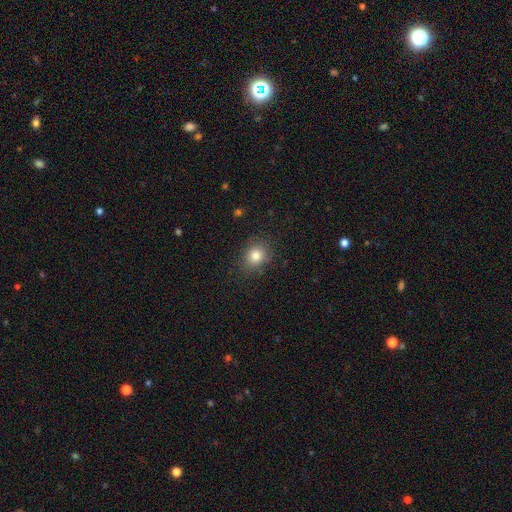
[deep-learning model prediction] Q: Smooth or featured?
A: smooth (81%); runner-up: star or artifact (12%)
Q: How rounded?
A: round (68%); runner-up: in between (31%)
Q: Merging?
A: none (82%); runner-up: minor disturbance (13%)